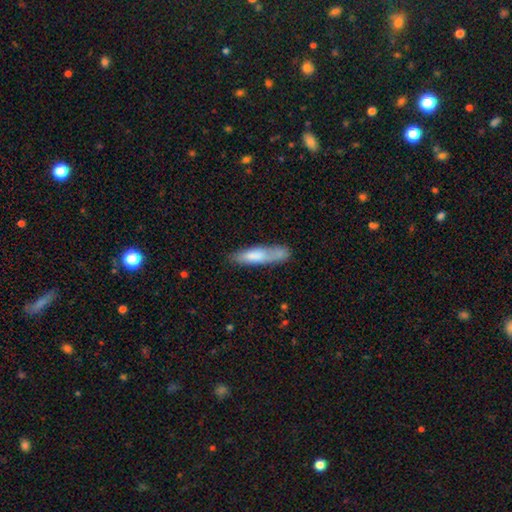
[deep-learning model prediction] smooth-or-featured: smooth: 73% | featured or disk: 21% | star or artifact: 6%
  how-rounded: cigar-shaped: 67% | in between: 32% | round: 2%
  merging: none: 57% | minor disturbance: 25% | merger: 9% | major disturbance: 9%